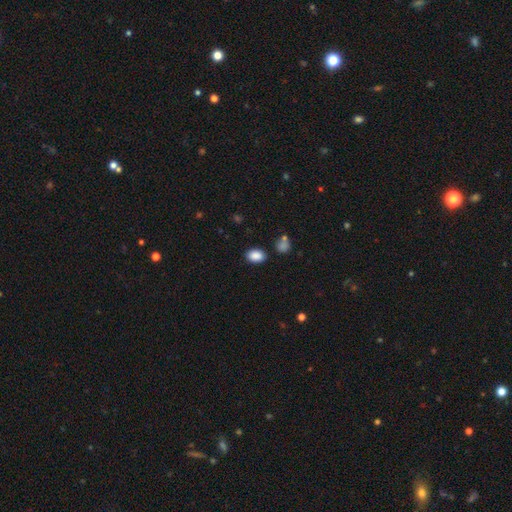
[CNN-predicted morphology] smooth-or-featured: smooth: 87% | star or artifact: 9% | featured or disk: 4%
  how-rounded: in between: 83% | round: 16% | cigar-shaped: 1%
  merging: none: 84% | minor disturbance: 10% | merger: 4% | major disturbance: 3%